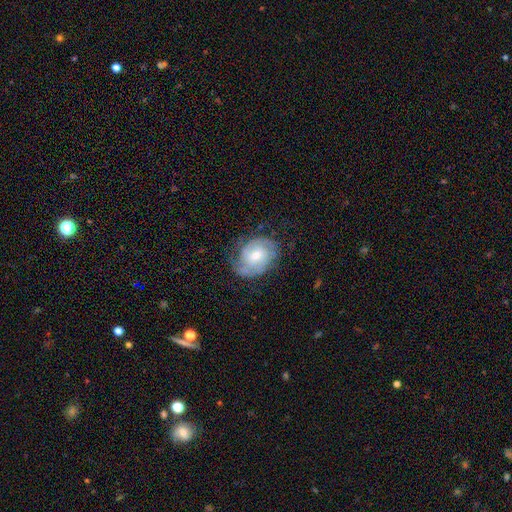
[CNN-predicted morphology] smooth-or-featured: featured or disk: 67% | smooth: 27% | star or artifact: 6%
  disk-edge-on: no: 97% | yes: 3%
    bar: no: 51% | weak: 42% | strong: 7%
    has-spiral-arms: yes: 86% | no: 14%
      spiral-winding: tight: 52% | medium: 37% | loose: 12%
      spiral-arm-count: 2: 49% | can't tell: 31% | 3: 10% | 1: 5% | 4: 3% | more than 4: 2%
    bulge-size: moderate: 53% | small: 37% | large: 6% | none: 3% | dominant: 1%
  merging: none: 61% | minor disturbance: 26% | major disturbance: 11% | merger: 2%